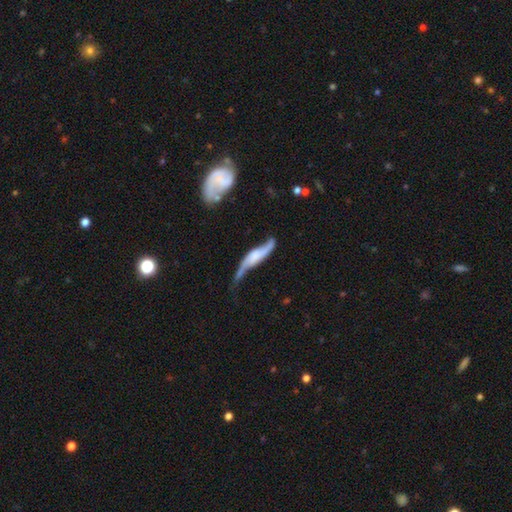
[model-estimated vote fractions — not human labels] Smooth or featured? Predicted: featured or disk (p=0.74). Edge-on disk? Predicted: no (p=0.63). Merging? Predicted: none (p=0.44).